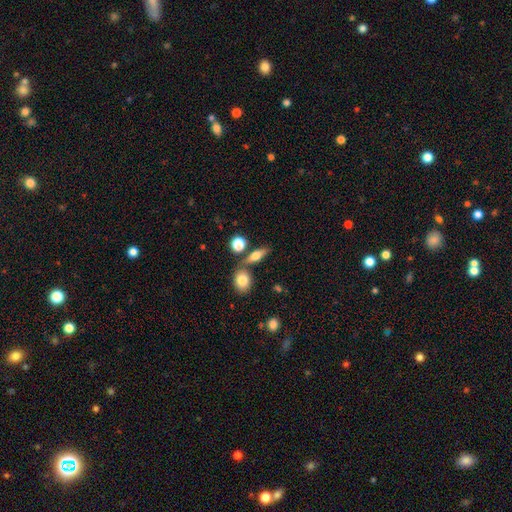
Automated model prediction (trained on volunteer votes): smooth_or_featured: smooth (p=0.56) [alt: featured or disk p=0.34]
how_rounded: in between (p=0.50) [alt: cigar-shaped p=0.35]
merging: none (p=0.70) [alt: merger p=0.15]